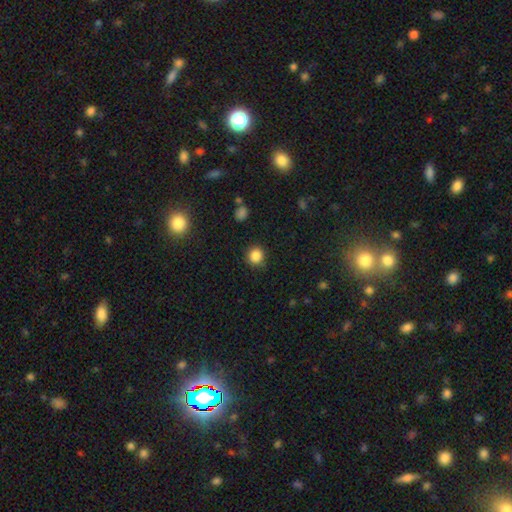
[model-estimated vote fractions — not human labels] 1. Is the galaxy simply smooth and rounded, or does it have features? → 85% smooth, 11% star or artifact, 4% featured or disk.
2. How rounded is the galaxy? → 91% round, 8% in between, 1% cigar-shaped.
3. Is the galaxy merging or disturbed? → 89% none, 8% minor disturbance, 2% major disturbance, 1% merger.